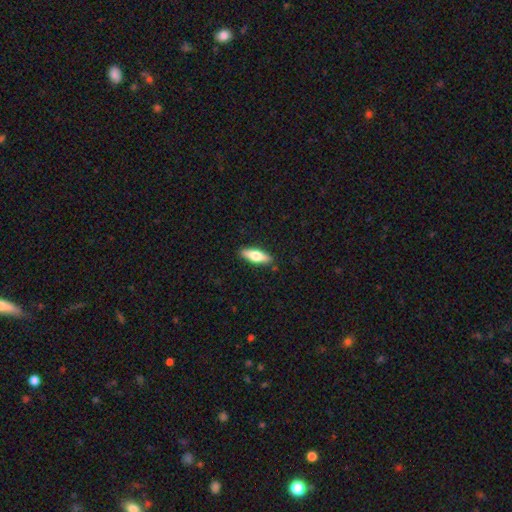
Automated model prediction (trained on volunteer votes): smooth 61%, featured or disk 33%, star or artifact 6%. Down the decision tree: how rounded — in between (54%); merging — none (89%).